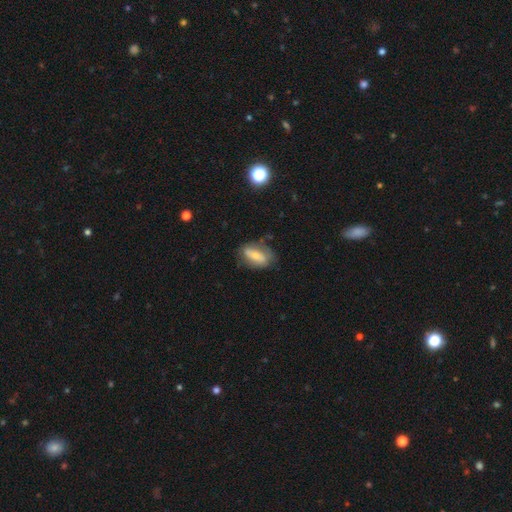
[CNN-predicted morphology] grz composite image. It shows a smooth galaxy with no disk features (53%) that is in between round and cigar-shaped (86%). Merging: none (60%).